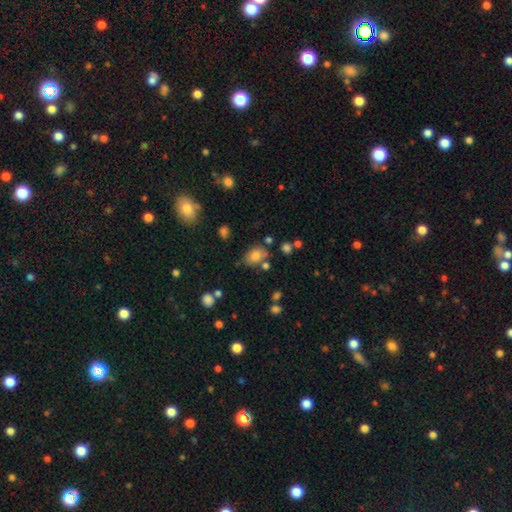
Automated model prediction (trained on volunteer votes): A smooth galaxy with no disk features (77%) that is in between round and cigar-shaped (77%). Merging: none (67%).